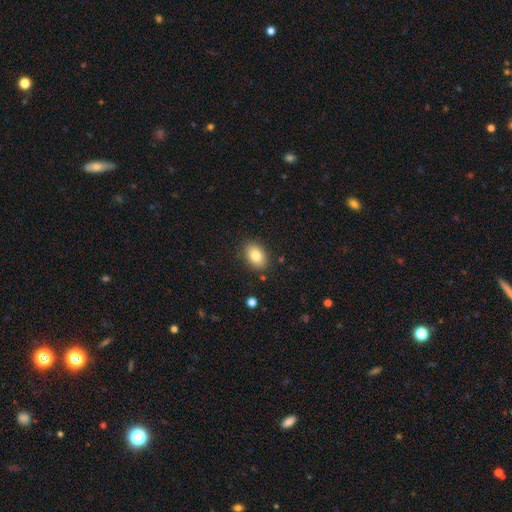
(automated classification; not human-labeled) A smooth galaxy with no disk features (81%) that is in between round and cigar-shaped (82%).

Vote fractions:
- Smooth or featured? smooth: 81% / featured or disk: 11% / star or artifact: 8%
- How rounded? in between: 82% / round: 16% / cigar-shaped: 1%
- Merging? none: 87% / minor disturbance: 10% / major disturbance: 2% / merger: 1%